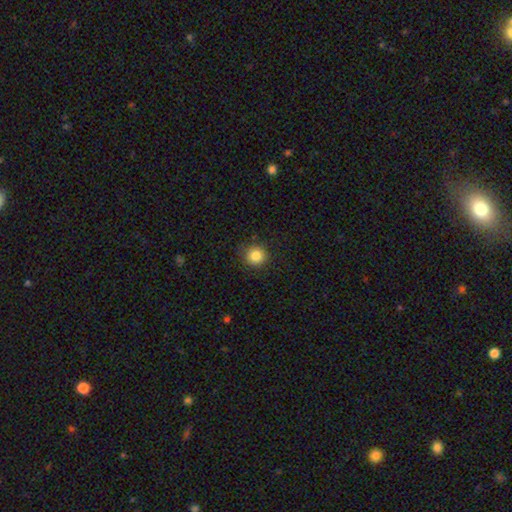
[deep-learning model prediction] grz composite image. It shows a smooth galaxy with no disk features (85%) that is round (93%). Merging: none (87%).